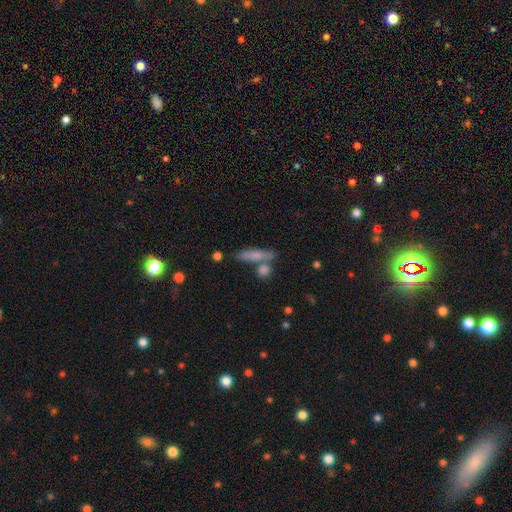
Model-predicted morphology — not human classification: smooth 67%, featured or disk 24%, star or artifact 9%. Down the decision tree: how rounded — cigar-shaped (69%); merging — none (64%).